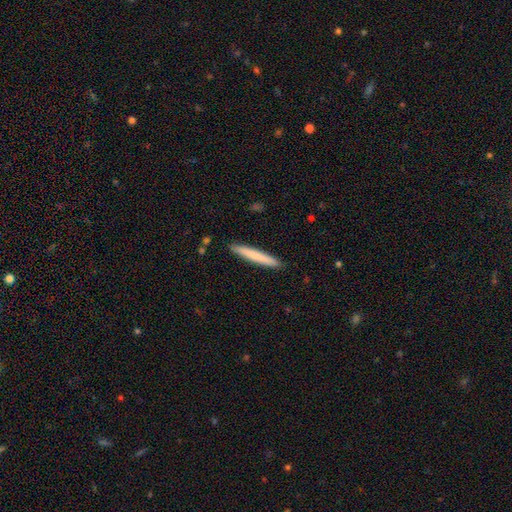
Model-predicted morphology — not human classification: smooth 74%, featured or disk 21%, star or artifact 5%. Down the decision tree: how rounded — cigar-shaped (96%); merging — none (91%).